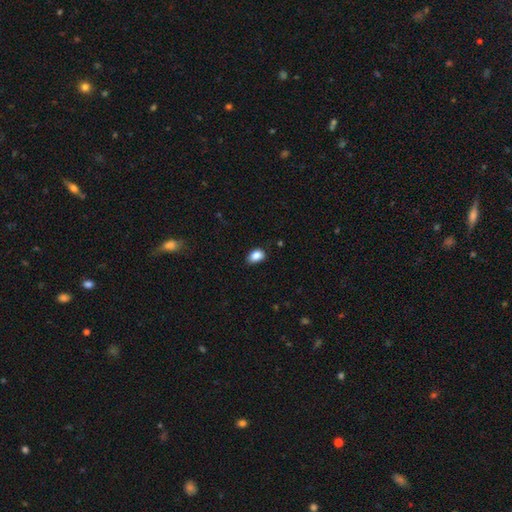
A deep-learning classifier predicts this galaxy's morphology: Q: Smooth or featured?
A: smooth (87%); runner-up: star or artifact (9%)
Q: How rounded?
A: in between (83%); runner-up: round (16%)
Q: Merging?
A: none (81%); runner-up: minor disturbance (16%)